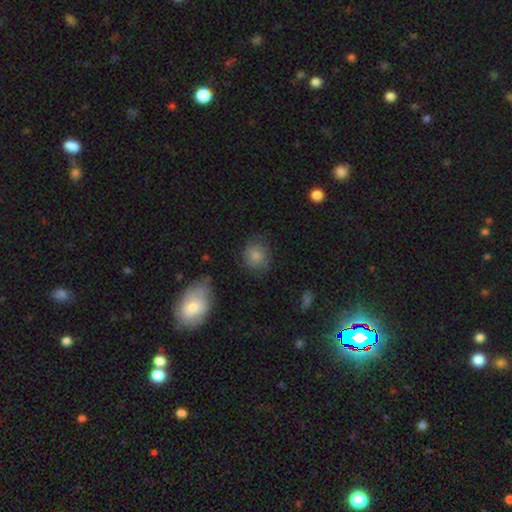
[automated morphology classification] Smooth or featured? smooth (75%)
How rounded? round (77%)
Merging? none (71%)